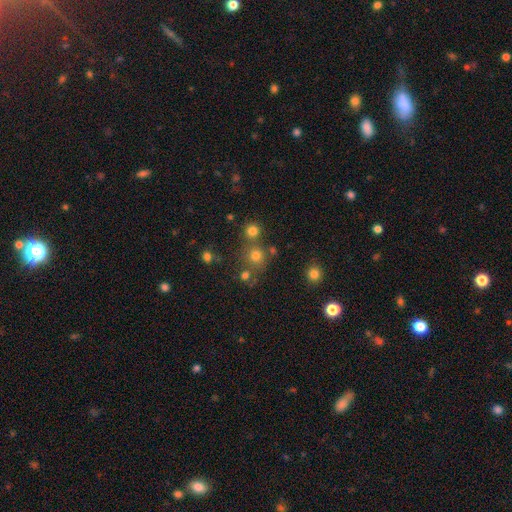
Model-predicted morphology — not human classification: Smooth or featured? smooth (74%)
How rounded? round (90%)
Merging? none (69%)